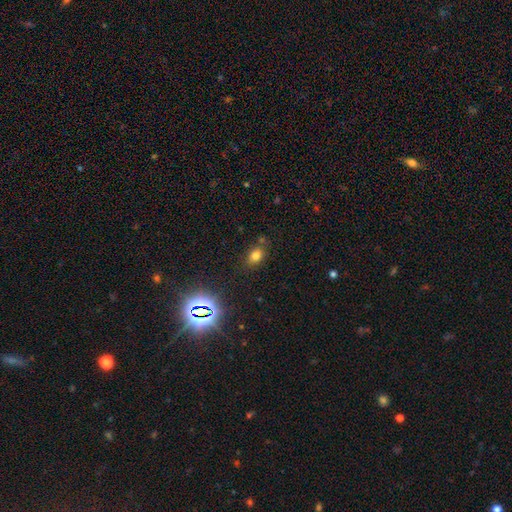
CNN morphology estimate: This appears to be a smooth galaxy with no disk features (72%) that is in between round and cigar-shaped (65%). Merging: none (72%).